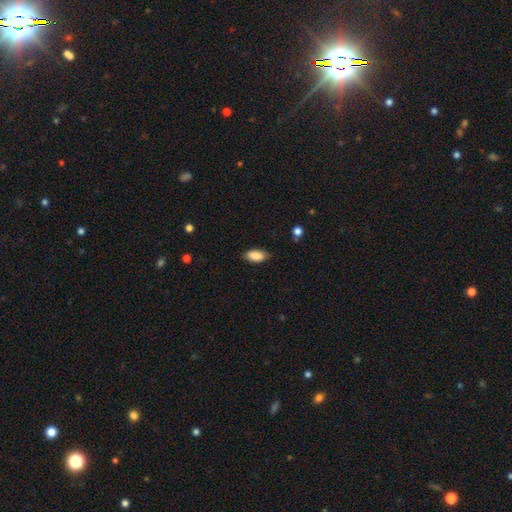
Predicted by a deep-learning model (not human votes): A smooth galaxy with no disk features (88%) that is in between round and cigar-shaped (92%).

Vote fractions:
- Smooth or featured? smooth: 88% / star or artifact: 7% / featured or disk: 5%
- How rounded? in between: 92% / cigar-shaped: 5% / round: 3%
- Merging? none: 79% / minor disturbance: 17% / major disturbance: 3% / merger: 1%